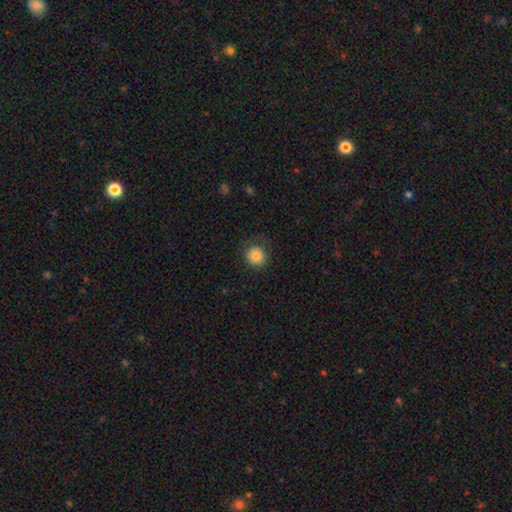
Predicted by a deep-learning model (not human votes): Smooth or featured? Predicted: smooth (p=0.84). How rounded? Predicted: round (p=0.91). Merging? Predicted: none (p=0.80).